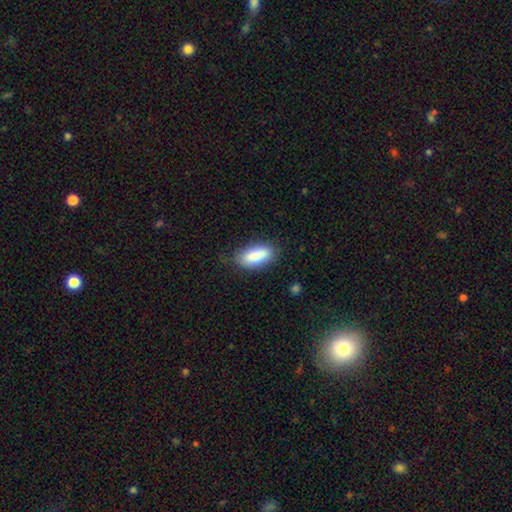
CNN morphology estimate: A smooth galaxy with no disk features (82%) that is in between round and cigar-shaped (83%).

Vote fractions:
- Smooth or featured? smooth: 82% / featured or disk: 12% / star or artifact: 6%
- How rounded? in between: 83% / cigar-shaped: 15% / round: 2%
- Merging? none: 75% / minor disturbance: 19% / major disturbance: 4% / merger: 2%